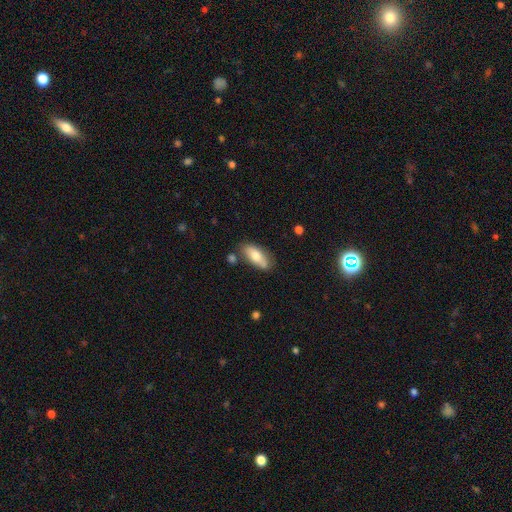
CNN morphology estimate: Q: Smooth or featured?
A: smooth (71%); runner-up: featured or disk (23%)
Q: How rounded?
A: in between (79%); runner-up: cigar-shaped (18%)
Q: Merging?
A: none (69%); runner-up: minor disturbance (19%)